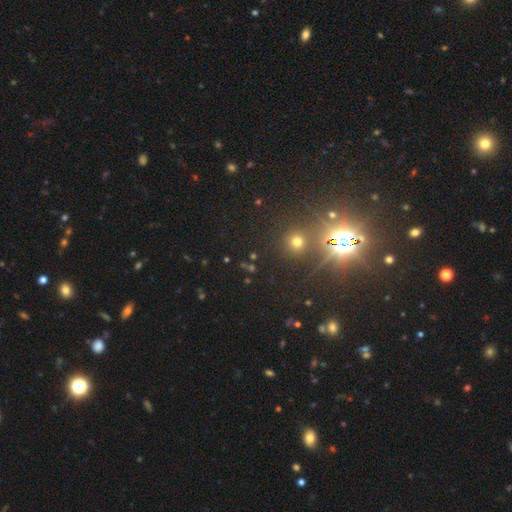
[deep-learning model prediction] A star or artifact, not a galaxy (76%).